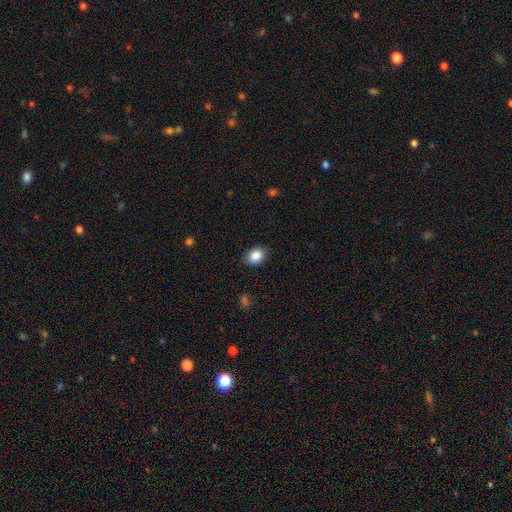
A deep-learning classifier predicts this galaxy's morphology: smooth_or_featured: smooth (p=0.87) [alt: star or artifact p=0.08]
how_rounded: in between (p=0.64) [alt: round p=0.35]
merging: none (p=0.84) [alt: minor disturbance p=0.12]